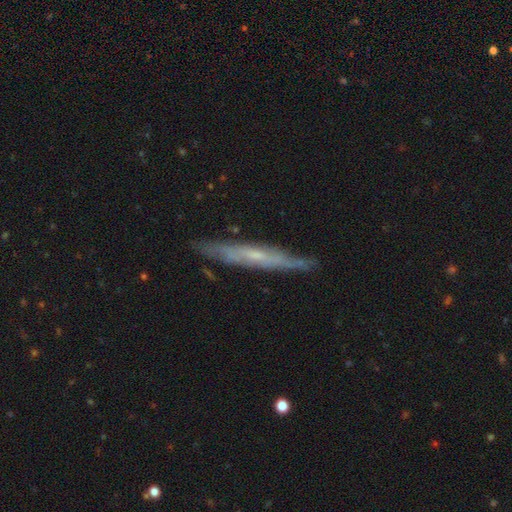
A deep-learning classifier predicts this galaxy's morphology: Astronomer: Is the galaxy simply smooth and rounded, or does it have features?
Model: featured or disk — 68%.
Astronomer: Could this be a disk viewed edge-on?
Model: yes — 82%.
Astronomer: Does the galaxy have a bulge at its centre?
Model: none — 58% (runner-up: rounded, 37%).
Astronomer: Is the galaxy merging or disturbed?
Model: none — 80%.